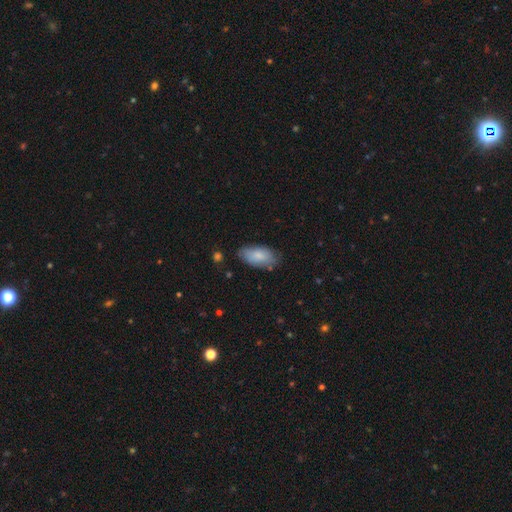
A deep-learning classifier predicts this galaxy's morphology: Smooth or featured?
  - smooth: 81% *
  - featured or disk: 13%
  - star or artifact: 6%
How rounded?
  - in between: 94% *
  - cigar-shaped: 4%
  - round: 3%
Merging?
  - none: 73% *
  - minor disturbance: 21%
  - major disturbance: 4%
  - merger: 2%